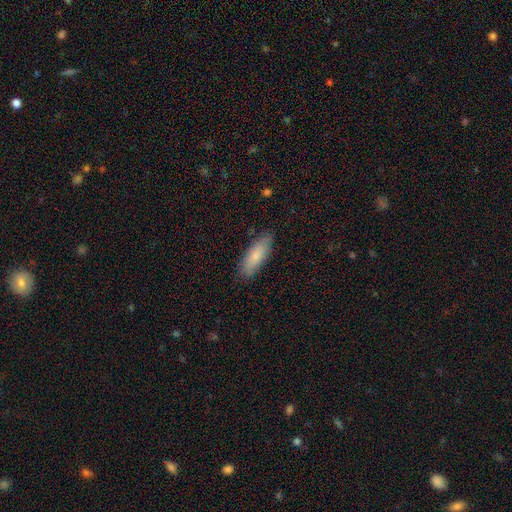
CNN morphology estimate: This is clearly a smooth galaxy (81%). How rounded: possibly in between (59%). Merging: clearly none (84%).